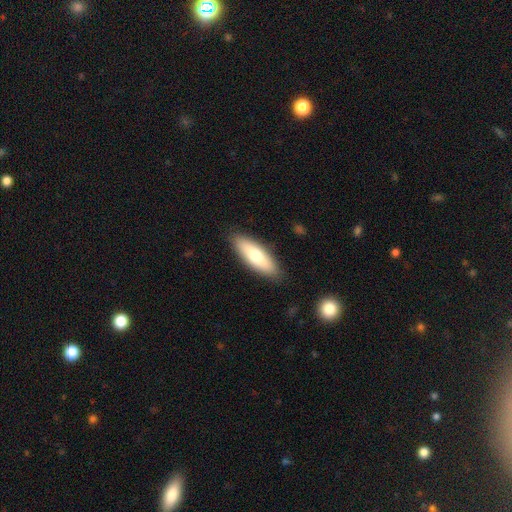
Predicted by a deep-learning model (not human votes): Q: Smooth or featured?
A: smooth (70%); runner-up: featured or disk (25%)
Q: How rounded?
A: in between (57%); runner-up: cigar-shaped (41%)
Q: Merging?
A: none (88%); runner-up: minor disturbance (9%)